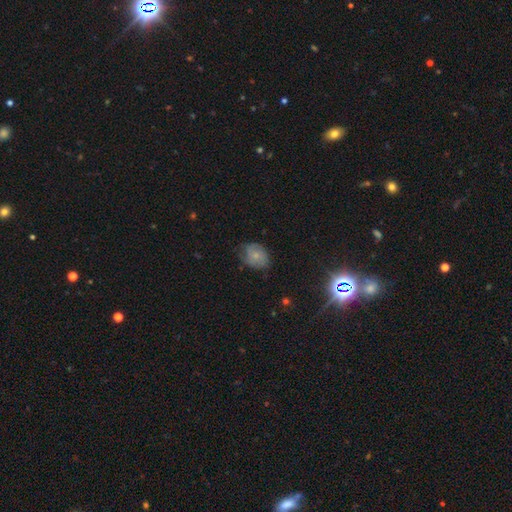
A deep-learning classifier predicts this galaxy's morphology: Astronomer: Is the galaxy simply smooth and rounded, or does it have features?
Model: smooth — 58%.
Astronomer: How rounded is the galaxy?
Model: in between — 53% (runner-up: round, 45%).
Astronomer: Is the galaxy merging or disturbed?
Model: none — 56% (runner-up: minor disturbance, 31%).